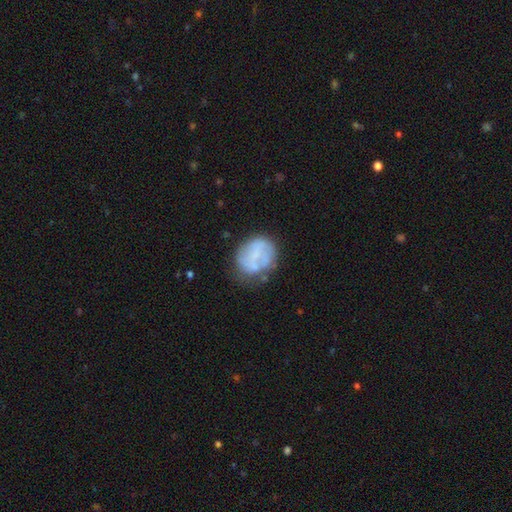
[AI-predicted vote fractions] A featured or disk galaxy (48%). Merging: none (56%).